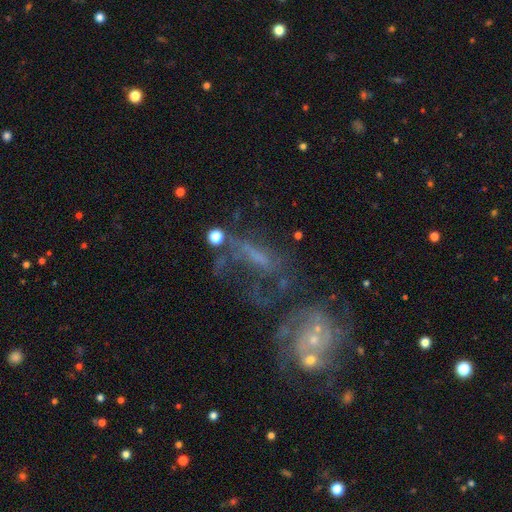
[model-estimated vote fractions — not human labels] Smooth or featured? Predicted: featured or disk (p=0.60). Edge-on disk? Predicted: no (p=0.91). Bar? Predicted: no (p=0.57). Spiral arms? Predicted: yes (p=0.55). Bulge size? Predicted: none (p=0.39). Merging? Predicted: merger (p=0.31).